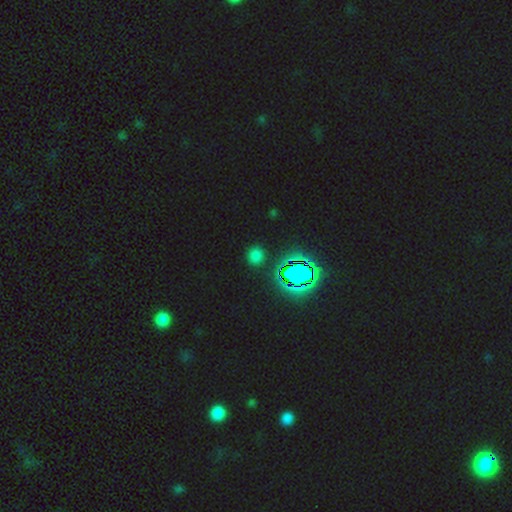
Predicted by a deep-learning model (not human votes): smooth_or_featured: smooth (p=0.50) [alt: star or artifact p=0.43]
merging: none (p=0.89) [alt: minor disturbance p=0.07]